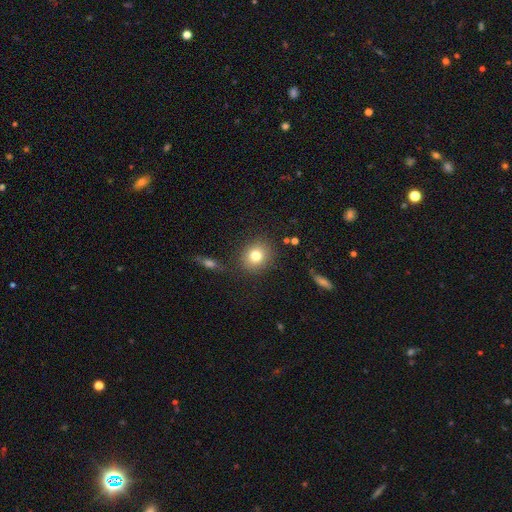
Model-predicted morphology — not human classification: smooth-or-featured: smooth: 79% | star or artifact: 11% | featured or disk: 10%
  how-rounded: round: 76% | in between: 23% | cigar-shaped: 1%
  merging: none: 85% | minor disturbance: 9% | major disturbance: 3% | merger: 3%